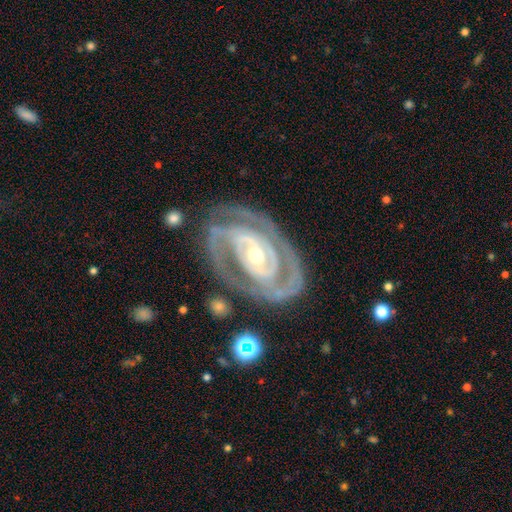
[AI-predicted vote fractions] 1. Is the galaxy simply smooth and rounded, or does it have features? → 91% featured or disk, 5% smooth, 4% star or artifact.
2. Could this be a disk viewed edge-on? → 96% no, 4% yes.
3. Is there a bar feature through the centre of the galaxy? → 43% no, 30% strong, 27% weak.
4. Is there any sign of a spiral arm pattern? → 95% yes, 5% no.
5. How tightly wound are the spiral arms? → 73% tight, 23% medium, 5% loose.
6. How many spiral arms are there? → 67% 2, 12% 3, 11% can't tell, 4% 1, 3% 4, 3% more than 4.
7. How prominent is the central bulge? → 54% moderate, 40% small, 4% large, 1% dominant, 1% none.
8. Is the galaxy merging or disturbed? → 76% none, 15% minor disturbance, 7% major disturbance, 2% merger.